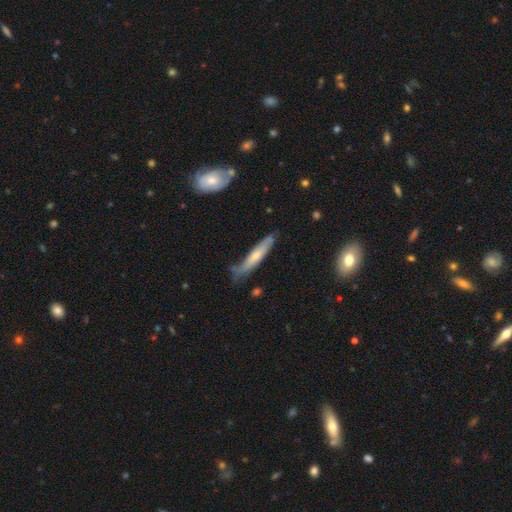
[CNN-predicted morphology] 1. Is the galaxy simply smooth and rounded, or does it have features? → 53% smooth, 41% featured or disk, 6% star or artifact.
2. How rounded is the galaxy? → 87% cigar-shaped, 11% in between, 2% round.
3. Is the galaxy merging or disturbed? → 64% none, 27% minor disturbance, 6% major disturbance, 3% merger.